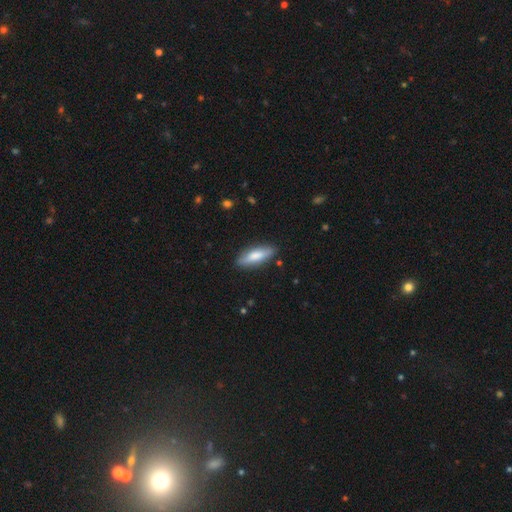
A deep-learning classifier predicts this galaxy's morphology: Smooth or featured?
  - smooth: 73% *
  - featured or disk: 21%
  - star or artifact: 5%
How rounded?
  - in between: 50% *
  - cigar-shaped: 48%
  - round: 2%
Merging?
  - none: 87% *
  - minor disturbance: 10%
  - major disturbance: 2%
  - merger: 1%